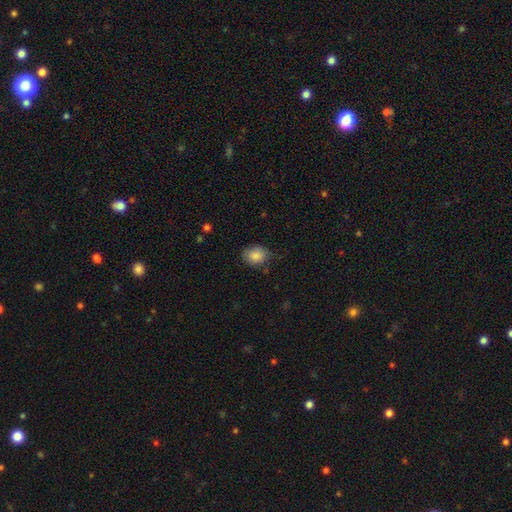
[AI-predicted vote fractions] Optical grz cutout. It shows a smooth galaxy with no disk features (86%) that is round (53%). Merging: none (69%).